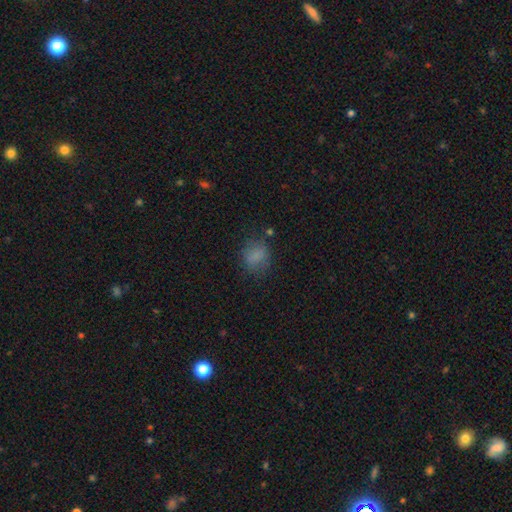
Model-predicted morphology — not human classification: The model was most divided on "how rounded": round: 60%, in between: 39%, cigar-shaped: 1%. More confident: smooth or featured — smooth (76%); merging — none (69%).